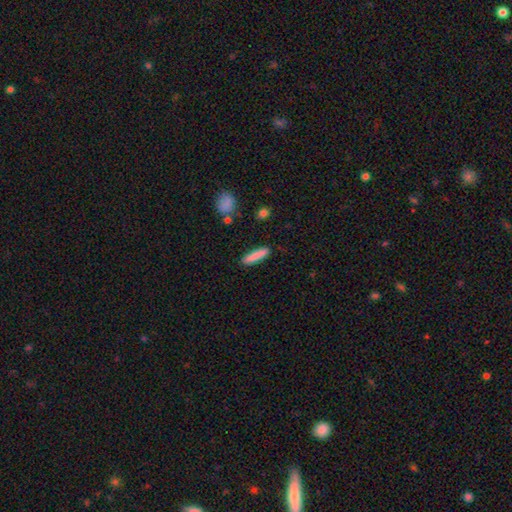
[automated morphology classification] Smooth or featured: smooth — 83% (featured or disk — 10%)
How rounded: cigar-shaped — 86% (in between — 12%)
Merging: none — 88% (minor disturbance — 8%)